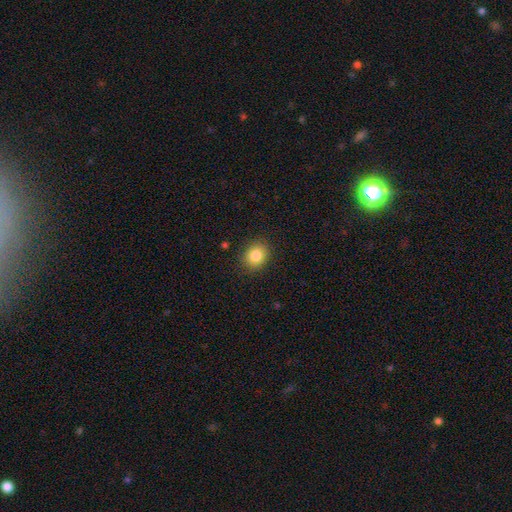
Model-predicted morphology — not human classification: Overall: smooth (84%). How rounded: round (66%; in between 33%). Merging: none (88%).